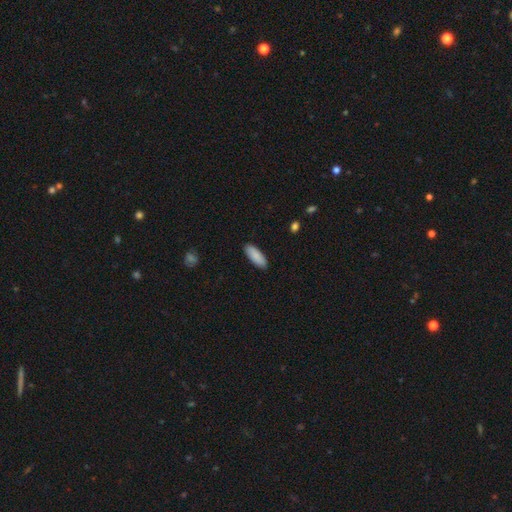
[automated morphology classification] This is clearly a smooth galaxy (89%). How rounded: likely in between (69%). Merging: clearly none (89%).